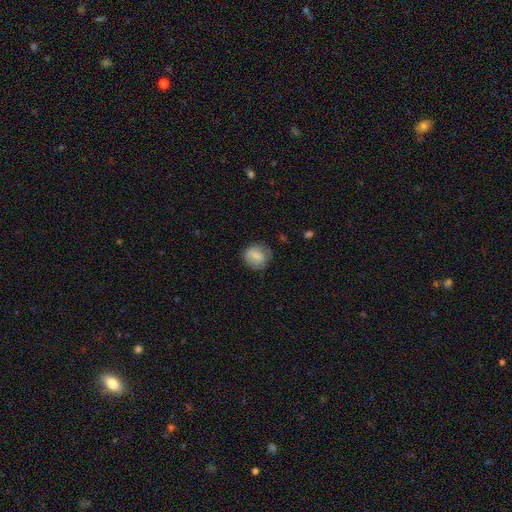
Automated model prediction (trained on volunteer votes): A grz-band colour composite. It shows a smooth galaxy with no disk features (74%) that is round (77%). Merging: none (65%).